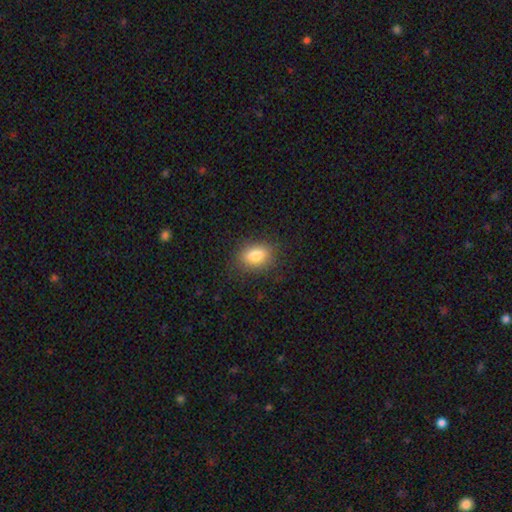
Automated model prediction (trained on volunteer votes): This is clearly a smooth galaxy (82%). How rounded: likely in between (79%). Merging: clearly none (83%).